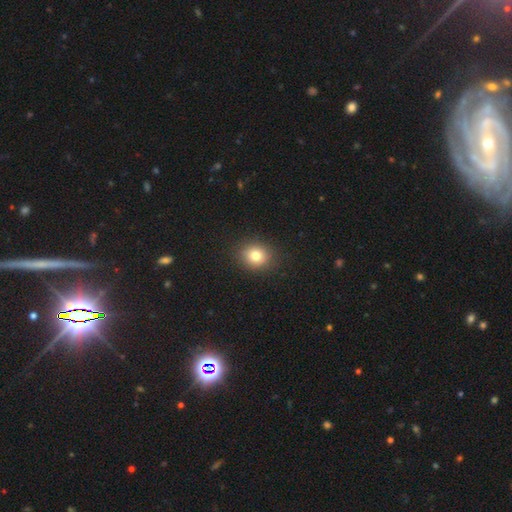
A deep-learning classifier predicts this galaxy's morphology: Smooth or featured?
  - smooth: 79% *
  - star or artifact: 12%
  - featured or disk: 8%
How rounded?
  - round: 75% *
  - in between: 24%
  - cigar-shaped: 1%
Merging?
  - none: 89% *
  - minor disturbance: 8%
  - major disturbance: 3%
  - merger: 1%